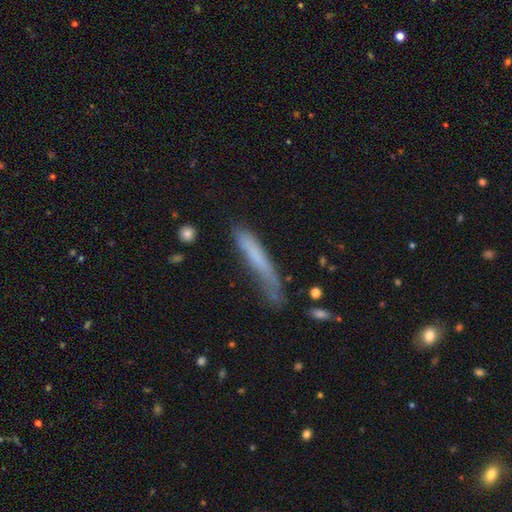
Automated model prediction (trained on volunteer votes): A smooth galaxy with no disk features (67%) that is cigar-shaped (93%).

Vote fractions:
- Smooth or featured? smooth: 67% / featured or disk: 25% / star or artifact: 8%
- How rounded? cigar-shaped: 93% / in between: 6% / round: 1%
- Merging? none: 49% / minor disturbance: 30% / major disturbance: 17% / merger: 5%